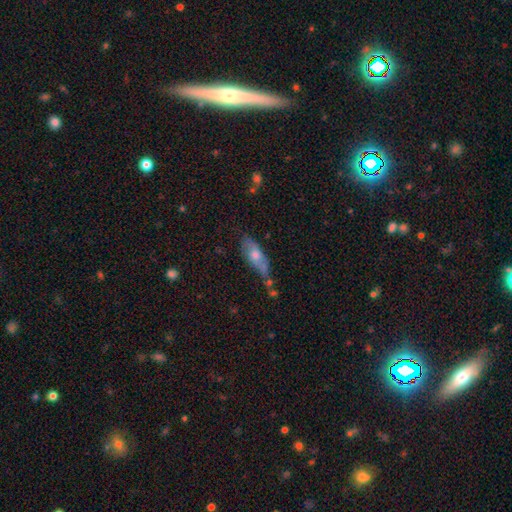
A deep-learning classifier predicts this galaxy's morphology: Q: Smooth or featured?
A: smooth (58%); runner-up: featured or disk (35%)
Q: How rounded?
A: in between (65%); runner-up: cigar-shaped (31%)
Q: Merging?
A: none (49%); runner-up: minor disturbance (29%)